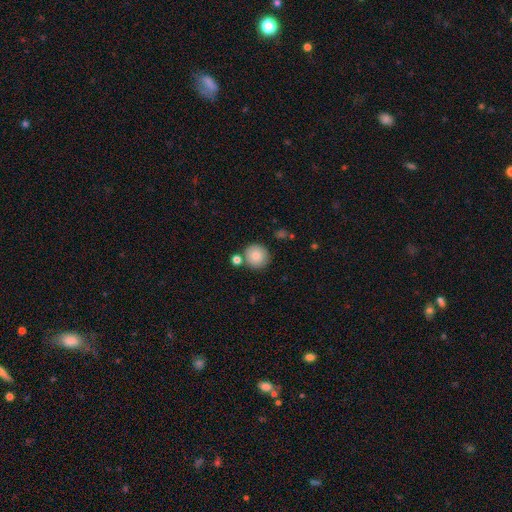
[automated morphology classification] Overall: smooth (82%). How rounded: round (93%). Merging: none (78%).